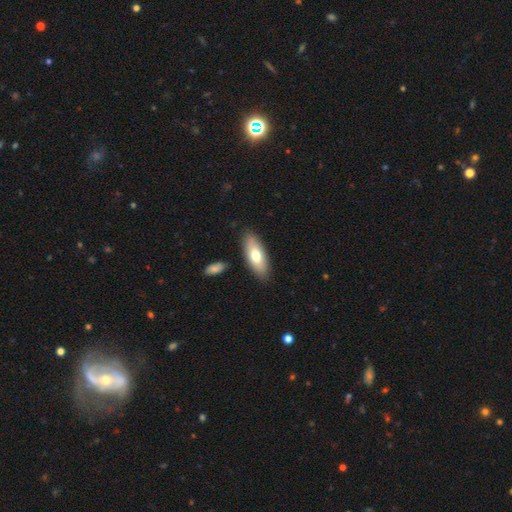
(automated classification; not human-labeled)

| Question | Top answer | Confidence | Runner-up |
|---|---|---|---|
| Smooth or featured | smooth | 70% | featured or disk (25%) |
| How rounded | in between | 78% | cigar-shaped (20%) |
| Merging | none | 86% | minor disturbance (9%) |